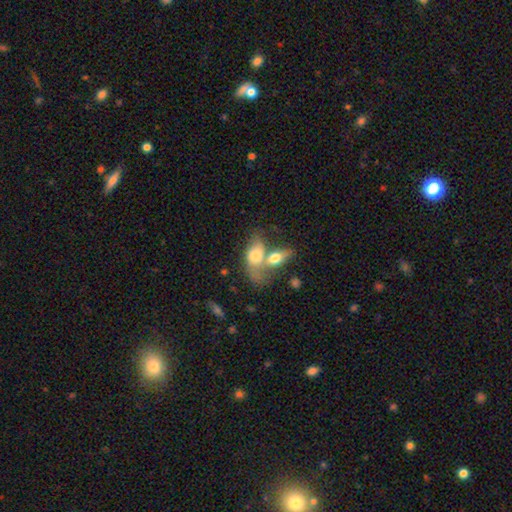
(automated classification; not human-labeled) Smooth or featured: smooth — 62% (featured or disk — 31%)
How rounded: in between — 84% (round — 10%)
Merging: merger — 64% (none — 17%)